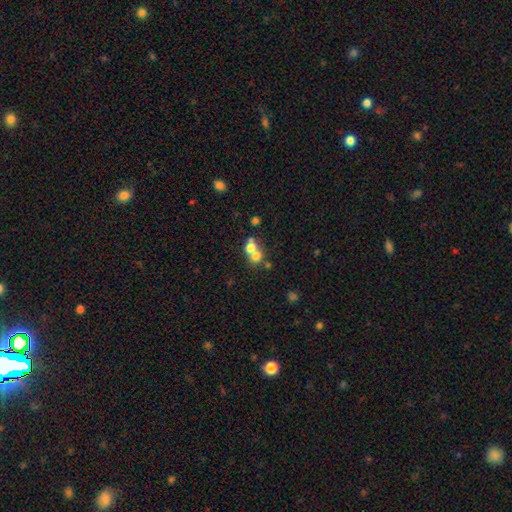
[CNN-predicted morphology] Overall: smooth (67%). How rounded: round (70%). Merging: merger (61%; none 30%).